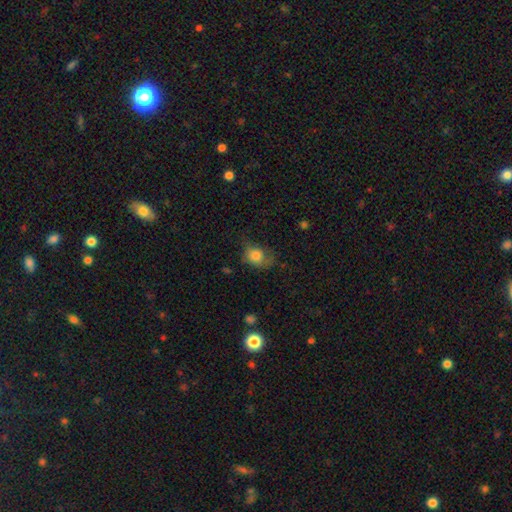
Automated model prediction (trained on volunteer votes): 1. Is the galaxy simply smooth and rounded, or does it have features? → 78% smooth, 13% featured or disk, 9% star or artifact.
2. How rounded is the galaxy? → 53% in between, 46% round, 1% cigar-shaped.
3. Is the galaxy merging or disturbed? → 44% none, 33% minor disturbance, 21% major disturbance, 2% merger.